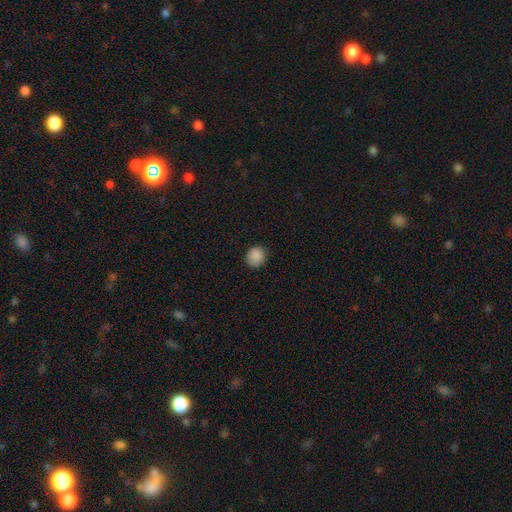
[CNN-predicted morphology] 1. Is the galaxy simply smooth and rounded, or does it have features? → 87% smooth, 9% star or artifact, 3% featured or disk.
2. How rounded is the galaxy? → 82% round, 17% in between, 1% cigar-shaped.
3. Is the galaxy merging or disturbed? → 84% none, 12% minor disturbance, 2% major disturbance, 1% merger.